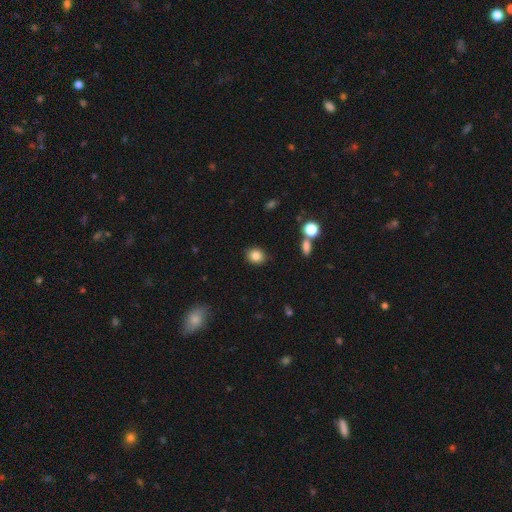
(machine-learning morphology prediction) smooth_or_featured: smooth (p=0.85) [alt: star or artifact p=0.10]
how_rounded: round (p=0.71) [alt: in between p=0.28]
merging: none (p=0.88) [alt: minor disturbance p=0.08]